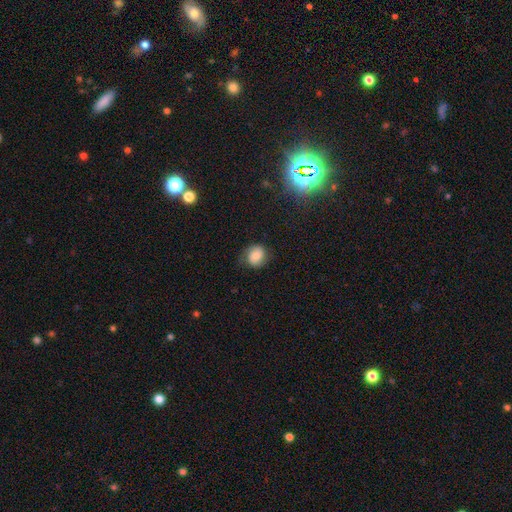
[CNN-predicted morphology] A smooth galaxy with no disk features (67%) that is round (70%). Merging: none (69%).